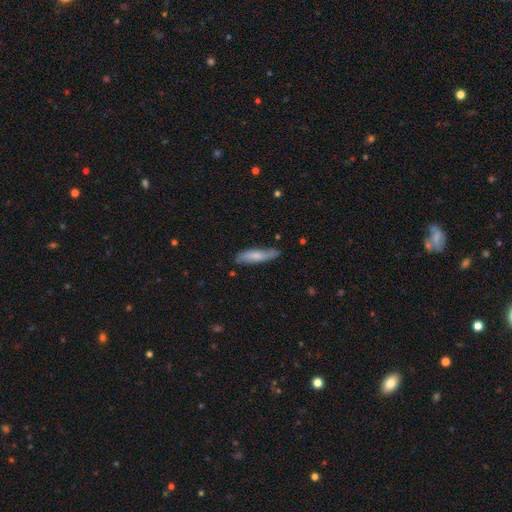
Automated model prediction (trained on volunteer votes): Smooth or featured?
  - smooth: 70% *
  - featured or disk: 24%
  - star or artifact: 6%
How rounded?
  - cigar-shaped: 76% *
  - in between: 22%
  - round: 2%
Merging?
  - none: 77% *
  - minor disturbance: 18%
  - major disturbance: 3%
  - merger: 2%